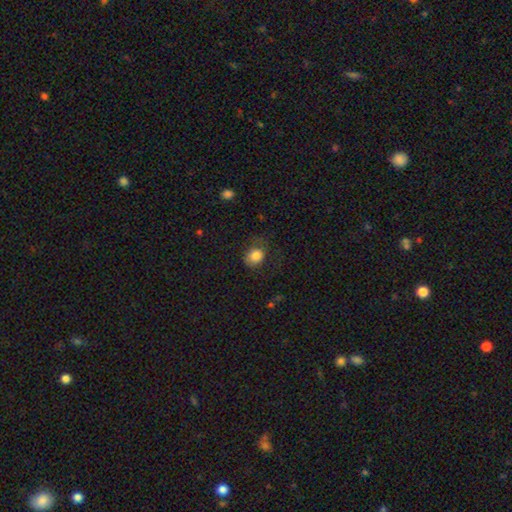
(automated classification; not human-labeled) This appears to be a smooth galaxy with no disk features (82%) that is round (55%). Merging: none (55%).